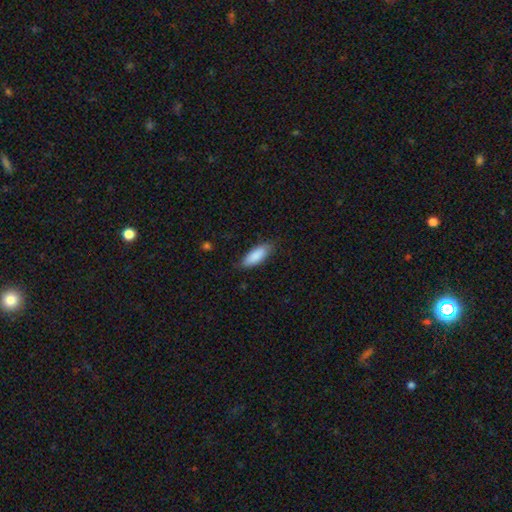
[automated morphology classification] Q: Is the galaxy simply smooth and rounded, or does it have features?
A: smooth — 88%.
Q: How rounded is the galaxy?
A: in between — 72%.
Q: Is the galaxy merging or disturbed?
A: none — 79%.